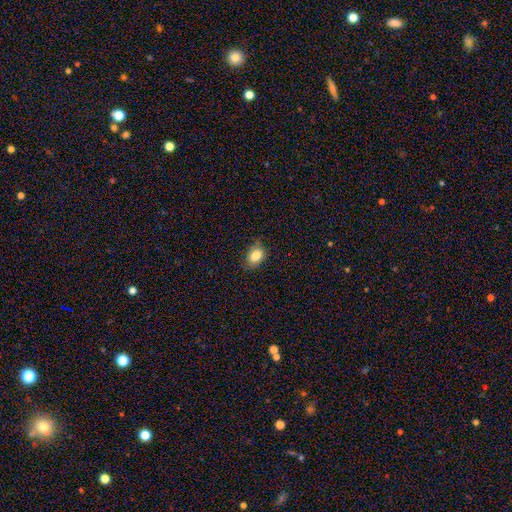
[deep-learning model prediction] The model was most divided on "how rounded": in between: 73%, round: 25%, cigar-shaped: 1%. More confident: smooth or featured — smooth (84%); merging — none (76%).